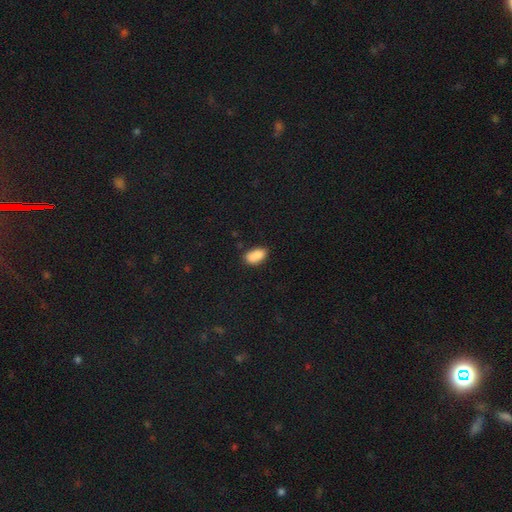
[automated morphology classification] This appears to be a smooth galaxy with no disk features (85%) that is in between round and cigar-shaped (91%). Merging: none (62%).